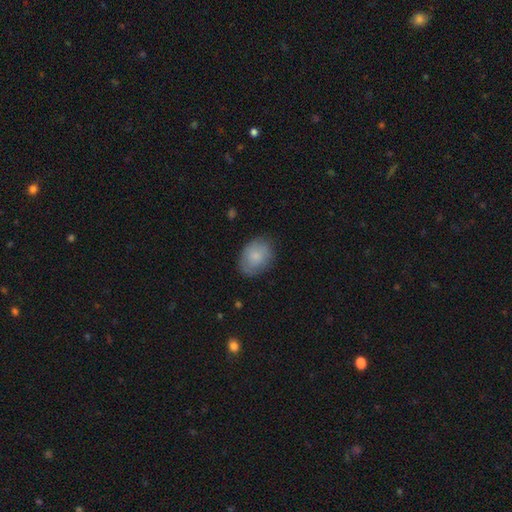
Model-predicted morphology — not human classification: smooth_or_featured: smooth (p=0.78) [alt: featured or disk p=0.15]
how_rounded: in between (p=0.73) [alt: round p=0.26]
merging: none (p=0.76) [alt: minor disturbance p=0.18]